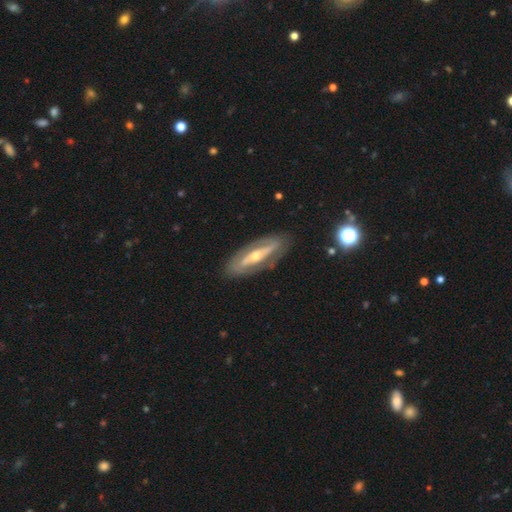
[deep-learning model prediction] This appears to be a featured or disk galaxy (79%) with a strong bar (47%), spiral arms (62%) and a moderate central bulge (54%). Merging: none (84%).